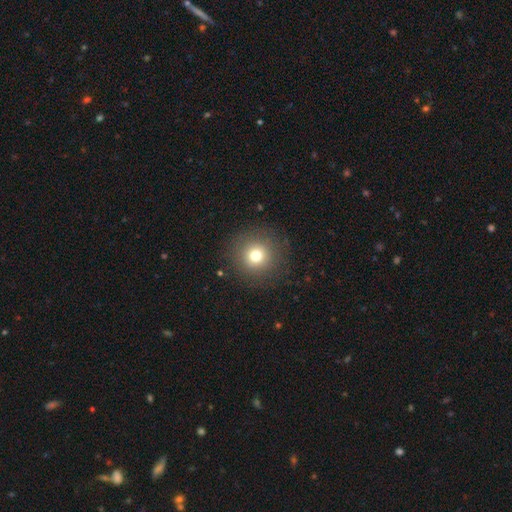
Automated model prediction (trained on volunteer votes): Smooth or featured: smooth — 76% (star or artifact — 14%)
How rounded: round — 95% (in between — 4%)
Merging: none — 89% (minor disturbance — 7%)